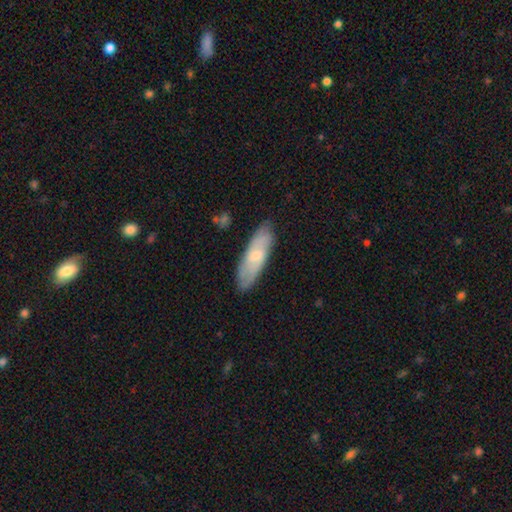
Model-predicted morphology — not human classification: The model was most divided on "how rounded": in between: 50%, cigar-shaped: 48%, round: 2%. More confident: merging — none (81%); smooth or featured — smooth (59%).